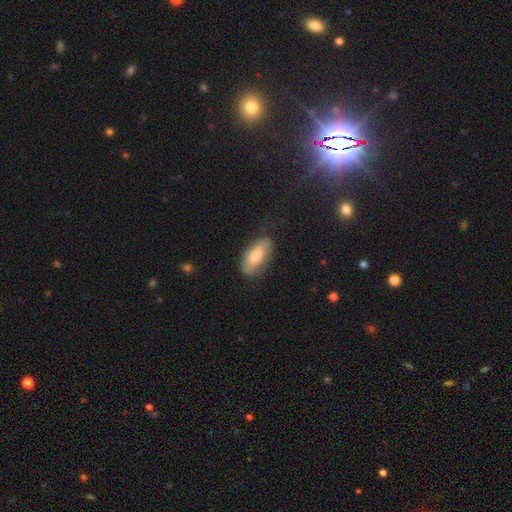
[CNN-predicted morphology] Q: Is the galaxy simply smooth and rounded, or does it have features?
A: smooth — 71%.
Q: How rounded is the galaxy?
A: in between — 80%.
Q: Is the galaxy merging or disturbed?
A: none — 73%.